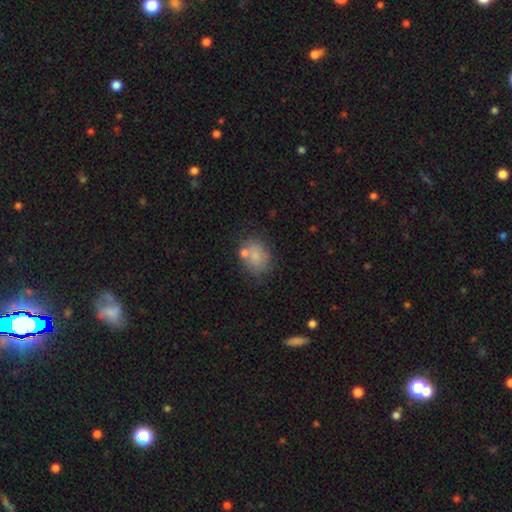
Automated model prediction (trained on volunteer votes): A smooth galaxy with no disk features (76%) that is in between round and cigar-shaped (51%).

Vote fractions:
- Smooth or featured? smooth: 76% / featured or disk: 14% / star or artifact: 10%
- How rounded? in between: 51% / round: 48% / cigar-shaped: 1%
- Merging? none: 62% / minor disturbance: 17% / merger: 14% / major disturbance: 6%